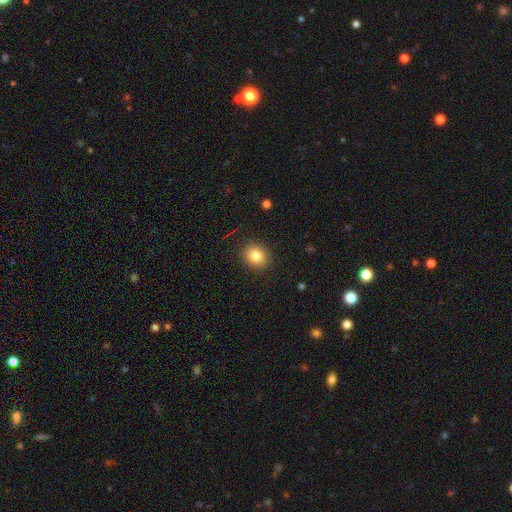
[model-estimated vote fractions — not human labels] This appears to be a smooth galaxy with no disk features (84%) that is round (68%). Merging: none (88%).